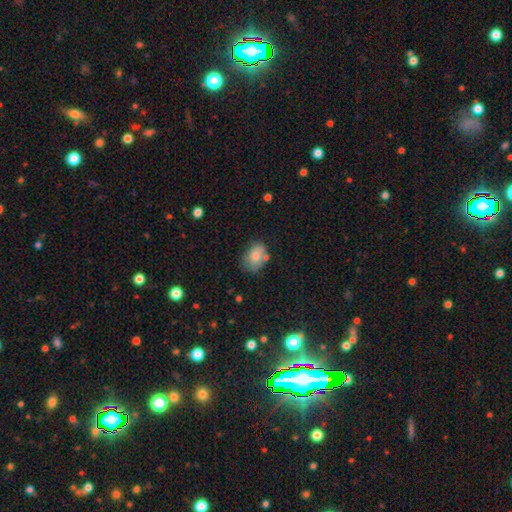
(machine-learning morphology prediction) This is likely a smooth galaxy (75%). How rounded: likely in between (76%). Merging: possibly none (53%).